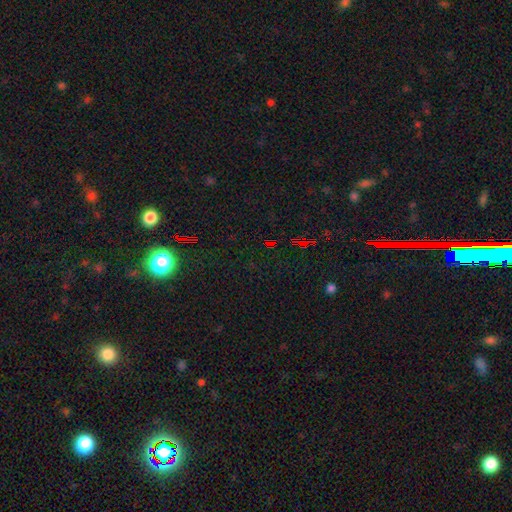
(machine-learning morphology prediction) A star or artifact, not a galaxy (73%).